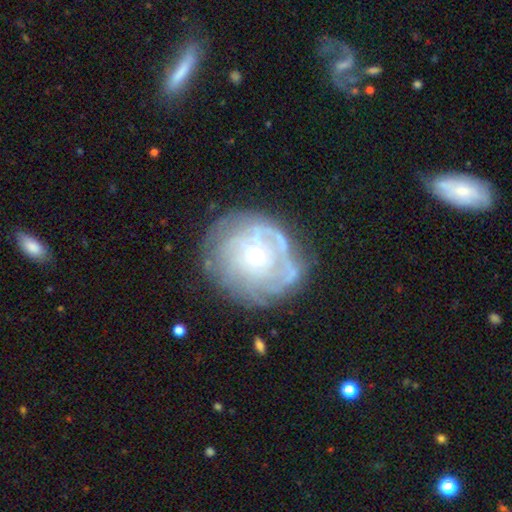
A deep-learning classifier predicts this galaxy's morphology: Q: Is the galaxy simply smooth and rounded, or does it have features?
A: featured or disk — 73%.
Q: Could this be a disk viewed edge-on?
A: no — 97%.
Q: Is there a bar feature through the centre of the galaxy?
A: no — 76%.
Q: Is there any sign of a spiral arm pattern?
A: yes — 71%.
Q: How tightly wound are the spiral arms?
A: tight — 69%.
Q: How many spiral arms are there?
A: can't tell — 60%.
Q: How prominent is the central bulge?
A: moderate — 49%.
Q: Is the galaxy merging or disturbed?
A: none — 64%.